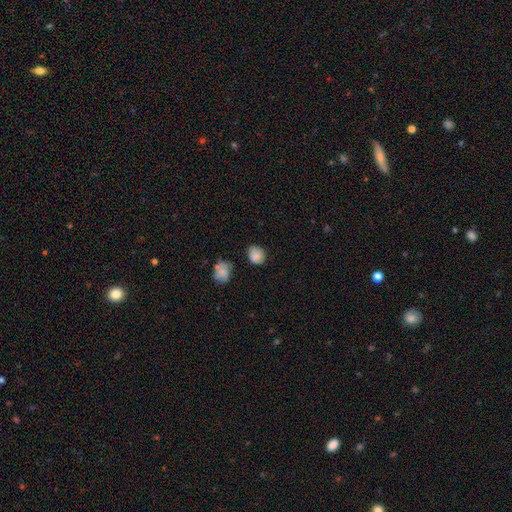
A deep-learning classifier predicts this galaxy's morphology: type=smooth (81%); roundness=round (60%); merging=none (69%).